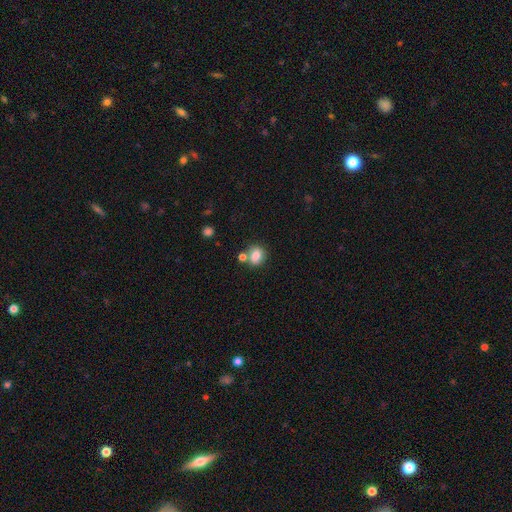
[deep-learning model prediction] Smooth or featured? Predicted: smooth (p=0.80). How rounded? Predicted: round (p=0.66). Merging? Predicted: none (p=0.64).